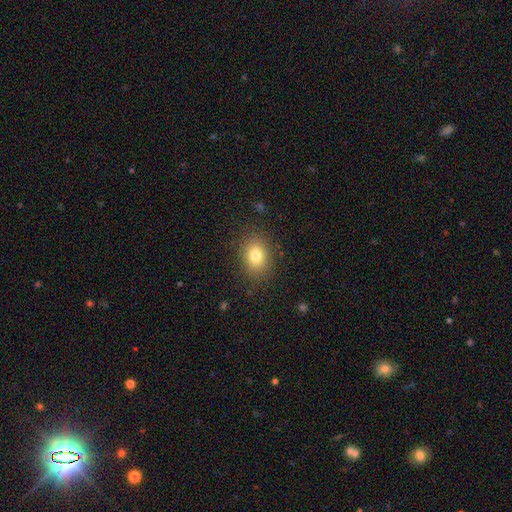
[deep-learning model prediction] Smooth or featured? Predicted: smooth (p=0.79). How rounded? Predicted: in between (p=0.60). Merging? Predicted: none (p=0.86).